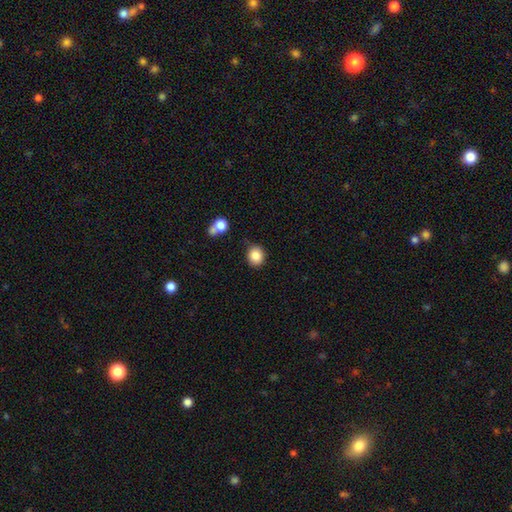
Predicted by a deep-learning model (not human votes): The model was most divided on "how rounded": round: 76%, in between: 23%, cigar-shaped: 1%. More confident: smooth or featured — smooth (85%); merging — none (80%).